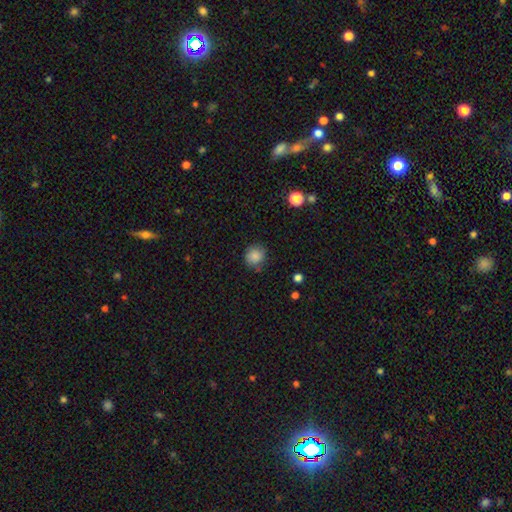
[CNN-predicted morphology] Smooth or featured? Predicted: smooth (p=0.85). How rounded? Predicted: round (p=0.86). Merging? Predicted: none (p=0.79).